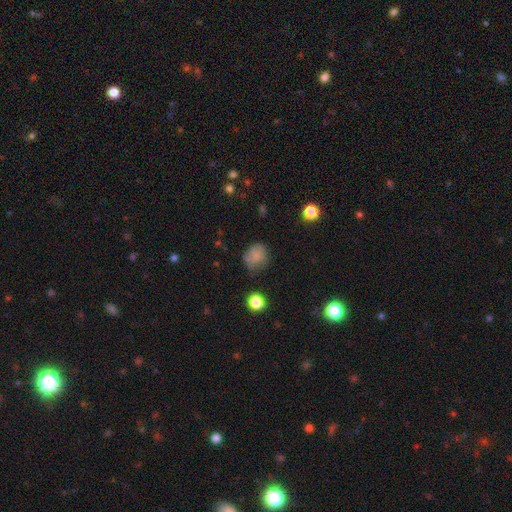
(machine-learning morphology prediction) Smooth or featured: smooth — 77% (star or artifact — 13%)
How rounded: round — 58% (in between — 41%)
Merging: none — 57% (minor disturbance — 29%)